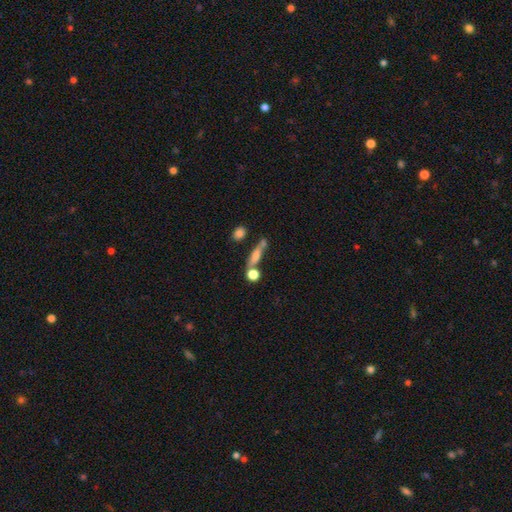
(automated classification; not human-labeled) smooth_or_featured: smooth (p=0.55) [alt: featured or disk p=0.30]
how_rounded: cigar-shaped (p=0.58) [alt: in between p=0.27]
merging: none (p=0.55) [alt: merger p=0.21]